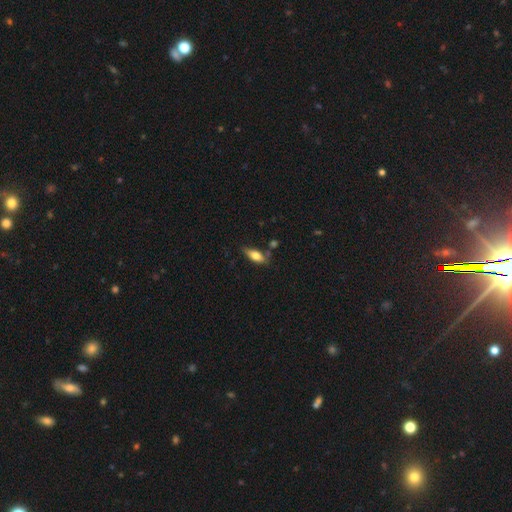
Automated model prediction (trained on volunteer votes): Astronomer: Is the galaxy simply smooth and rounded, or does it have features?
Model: smooth — 67%.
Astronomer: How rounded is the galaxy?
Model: in between — 71%.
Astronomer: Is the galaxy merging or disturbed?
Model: none — 66%.